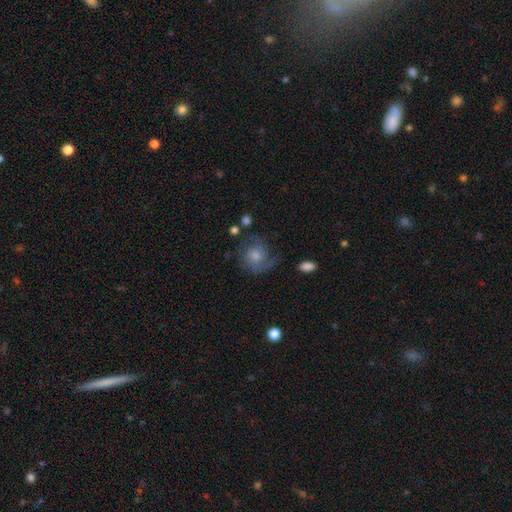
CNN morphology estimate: Smooth or featured?
  - featured or disk: 59% *
  - smooth: 33%
  - star or artifact: 8%
Edge-on disk?
  - no: 98% *
  - yes: 2%
Bar?
  - no: 76% *
  - weak: 21%
  - strong: 3%
Spiral arms?
  - yes: 90% *
  - no: 10%
Spiral winding?
  - medium: 42% *
  - tight: 34%
  - loose: 24%
Spiral arm count?
  - 2: 44% *
  - 1: 26%
  - can't tell: 17%
  - 3: 8%
  - 4: 3%
  - more than 4: 3%
Bulge size?
  - moderate: 43% *
  - small: 29%
  - large: 14%
  - none: 11%
  - dominant: 2%
Merging?
  - none: 57% *
  - minor disturbance: 21%
  - major disturbance: 18%
  - merger: 3%